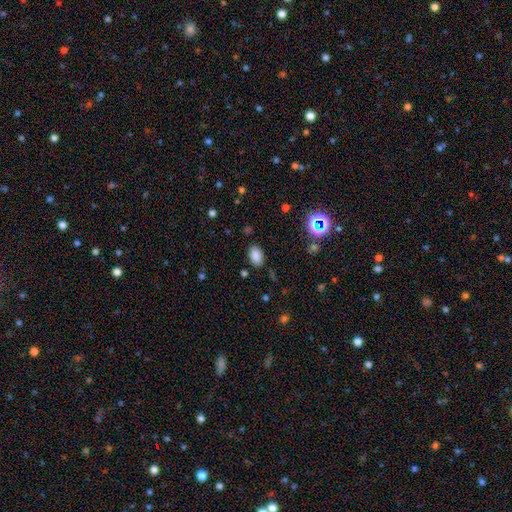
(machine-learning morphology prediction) This is clearly a smooth galaxy (82%). How rounded: clearly in between (87%). Merging: clearly none (83%).